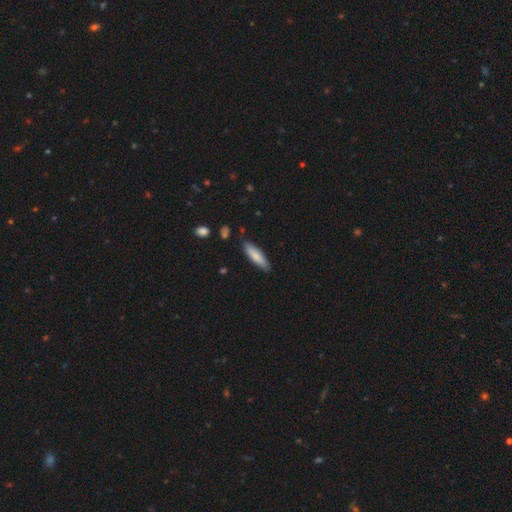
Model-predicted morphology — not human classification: This is likely a smooth galaxy (80%). How rounded: likely cigar-shaped (69%). Merging: clearly none (85%).